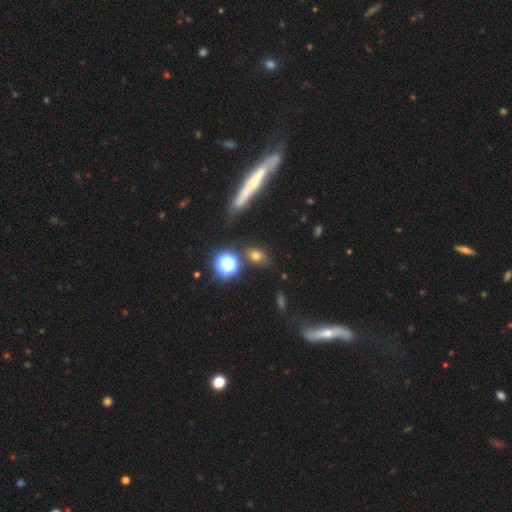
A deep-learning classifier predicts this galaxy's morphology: Smooth or featured? smooth (65%)
How rounded? in between (63%)
Merging? none (76%)